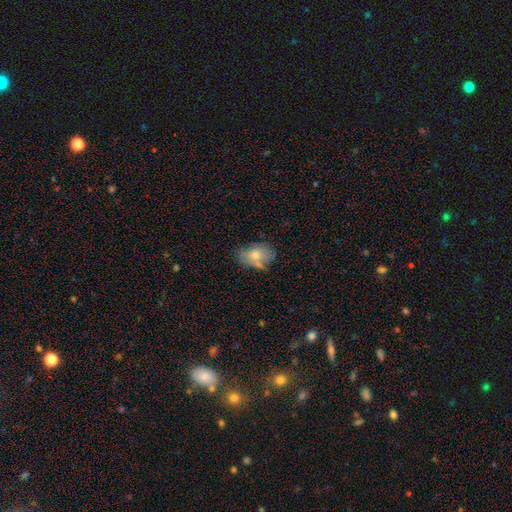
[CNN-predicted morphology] Q: Smooth or featured?
A: smooth (70%); runner-up: featured or disk (22%)
Q: How rounded?
A: in between (75%); runner-up: round (23%)
Q: Merging?
A: none (58%); runner-up: minor disturbance (26%)